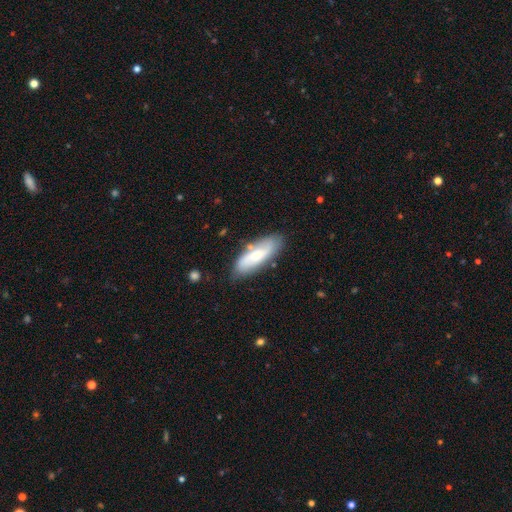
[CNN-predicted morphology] smooth_or_featured: smooth (p=0.52) [alt: featured or disk p=0.42]
how_rounded: in between (p=0.65) [alt: cigar-shaped p=0.32]
merging: none (p=0.76) [alt: minor disturbance p=0.16]